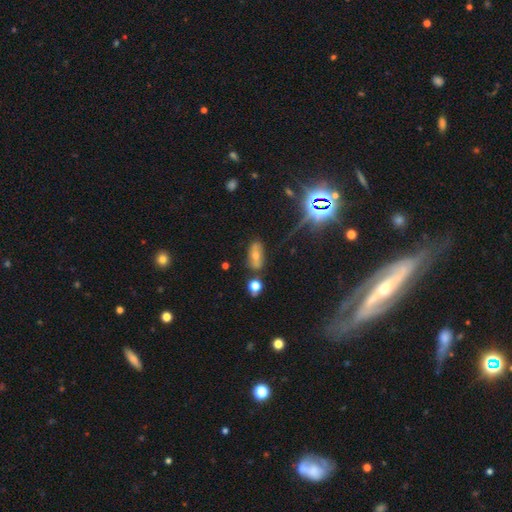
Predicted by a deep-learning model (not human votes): Smooth or featured? smooth (48%)
Merging? none (75%)